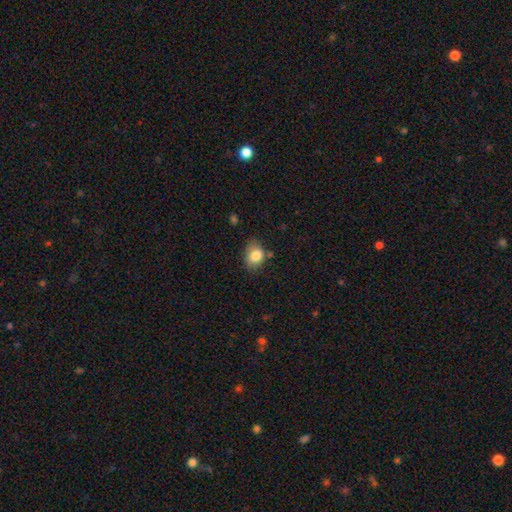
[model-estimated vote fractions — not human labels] smooth 84%, star or artifact 9%, featured or disk 8%. Down the decision tree: how rounded — in between (66%); merging — none (62%).